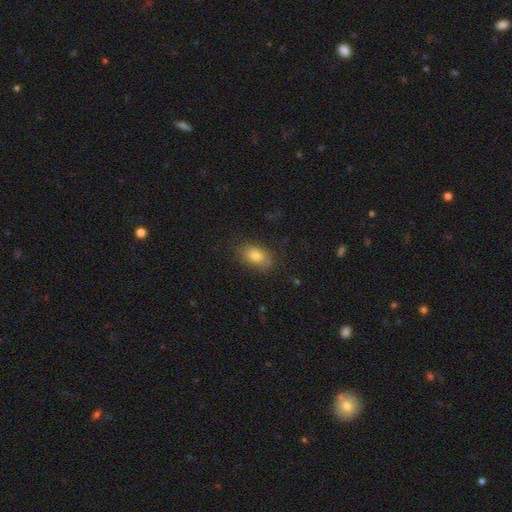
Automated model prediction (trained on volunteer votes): Smooth or featured? Predicted: smooth (p=0.79). How rounded? Predicted: in between (p=0.86). Merging? Predicted: none (p=0.73).